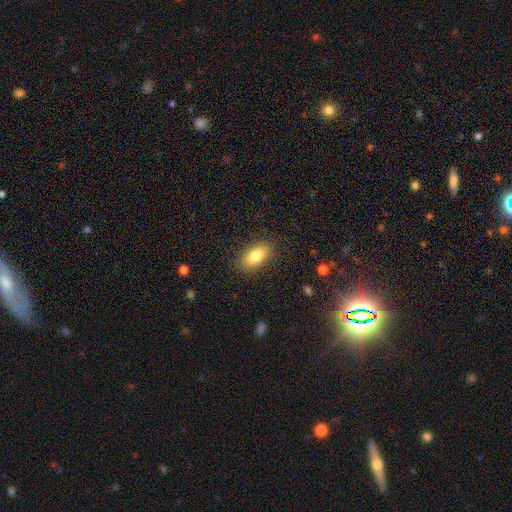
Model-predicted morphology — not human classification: smooth-or-featured: smooth: 79% | featured or disk: 14% | star or artifact: 7%
  how-rounded: in between: 89% | cigar-shaped: 6% | round: 5%
  merging: none: 86% | minor disturbance: 10% | major disturbance: 3% | merger: 1%